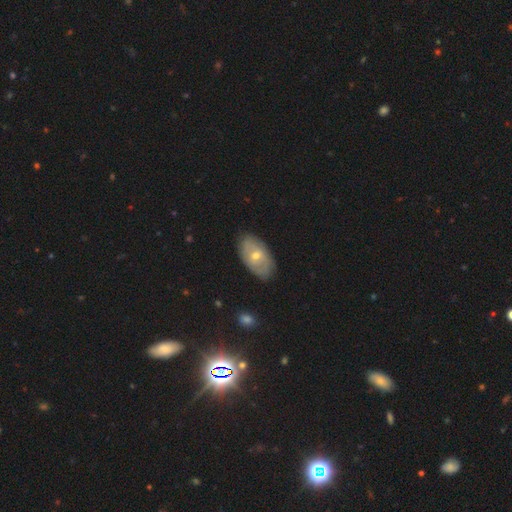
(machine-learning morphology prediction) Smooth or featured? featured or disk (54%)
Edge-on disk? no (90%)
Merging? none (81%)